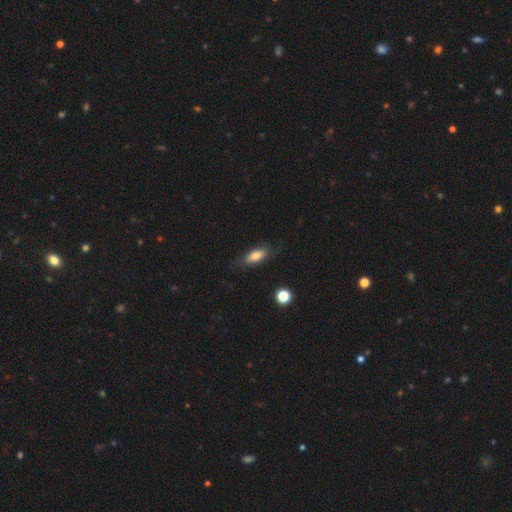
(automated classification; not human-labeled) Morphology: type=smooth (73%); roundness=in between (73%); merging=none (76%).